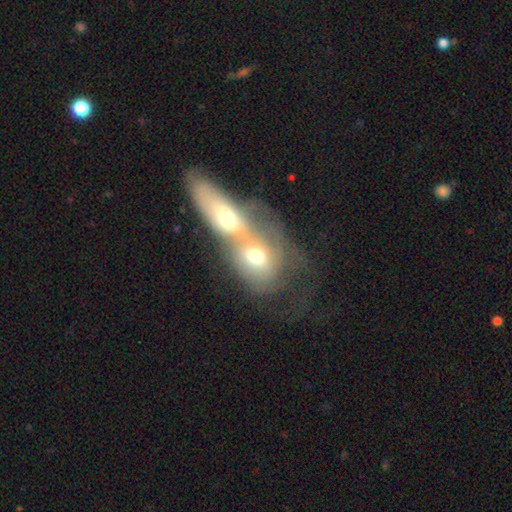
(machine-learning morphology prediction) This is possibly a smooth galaxy (56%). How rounded: possibly in between (52%). Merging: clearly merger (81%).